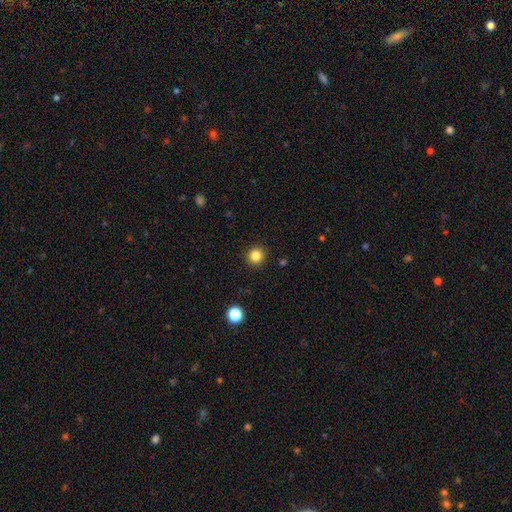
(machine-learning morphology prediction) Smooth or featured? smooth (83%)
How rounded? round (91%)
Merging? none (92%)